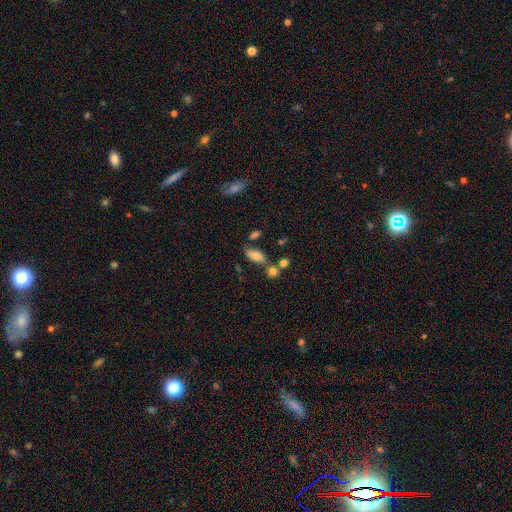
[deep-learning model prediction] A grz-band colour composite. It shows a smooth galaxy with no disk features (77%) that is in between round and cigar-shaped (85%). Merging: none (65%).